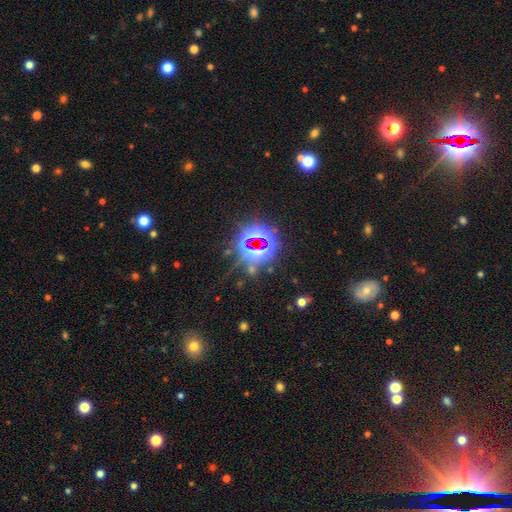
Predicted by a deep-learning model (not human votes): Smooth or featured? Predicted: star or artifact (p=0.80).